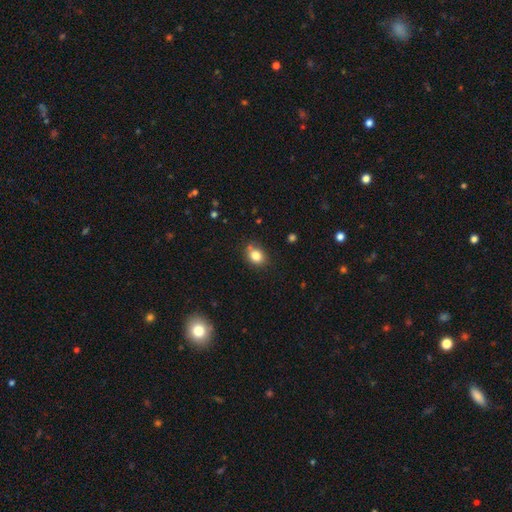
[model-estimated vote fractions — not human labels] The model was most divided on "how rounded": round: 54%, in between: 45%, cigar-shaped: 1%. More confident: smooth or featured — smooth (82%); merging — none (72%).